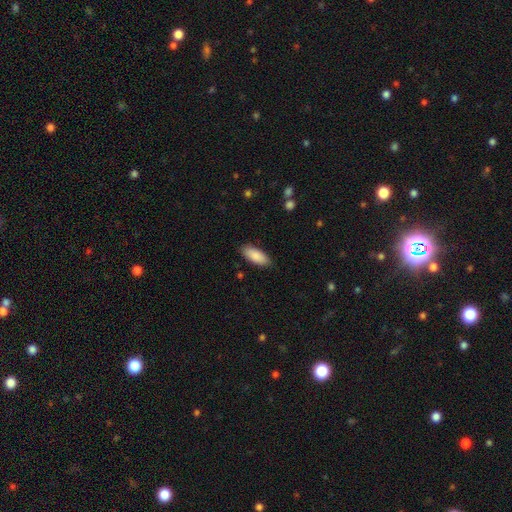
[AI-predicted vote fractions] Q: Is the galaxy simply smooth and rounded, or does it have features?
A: smooth — 88%.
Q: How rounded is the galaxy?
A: in between — 80%.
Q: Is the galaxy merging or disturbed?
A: none — 87%.